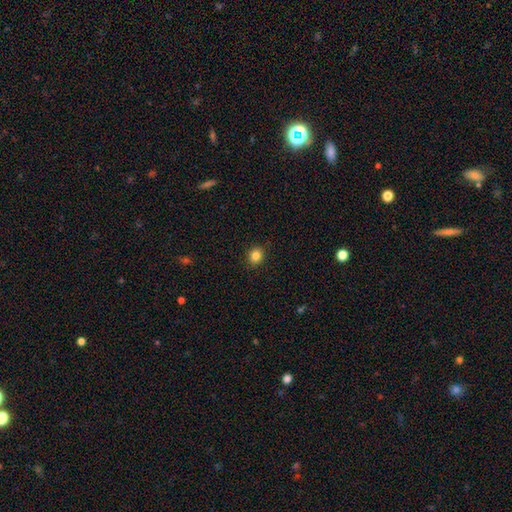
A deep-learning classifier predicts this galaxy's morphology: smooth 84%, star or artifact 11%, featured or disk 5%. Down the decision tree: how rounded — round (73%); merging — none (90%).